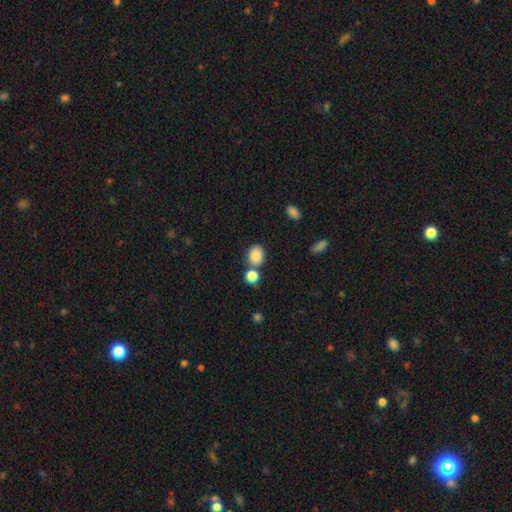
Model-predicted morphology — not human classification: Smooth or featured? Predicted: smooth (p=0.85). How rounded? Predicted: round (p=0.53). Merging? Predicted: none (p=0.62).